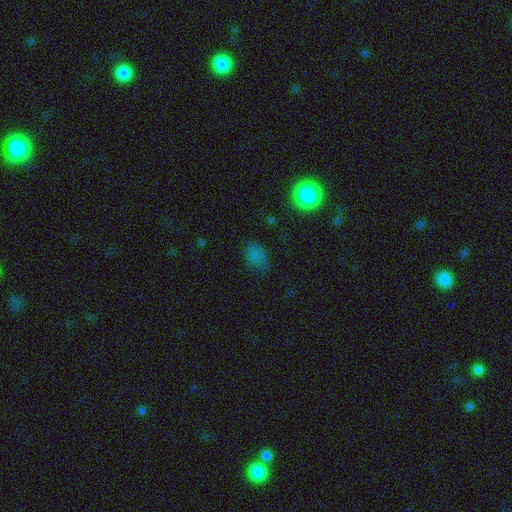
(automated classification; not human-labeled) Morphology: type=smooth (68%); roundness=in between (79%); merging=none (52%).